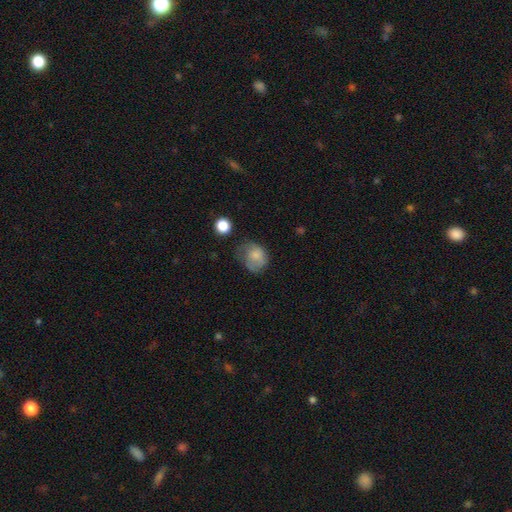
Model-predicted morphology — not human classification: A smooth galaxy with no disk features (71%) that is round (55%). Merging: none (37%).